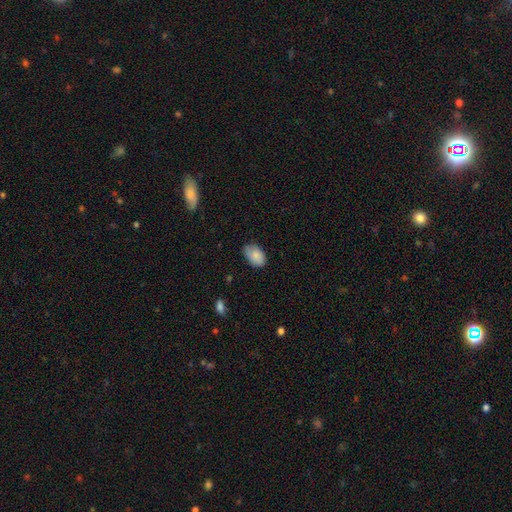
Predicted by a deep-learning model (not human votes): A smooth galaxy with no disk features (86%) that is in between round and cigar-shaped (88%).

Vote fractions:
- Smooth or featured? smooth: 86% / featured or disk: 7% / star or artifact: 7%
- How rounded? in between: 88% / round: 11% / cigar-shaped: 1%
- Merging? none: 72% / minor disturbance: 23% / major disturbance: 4% / merger: 1%